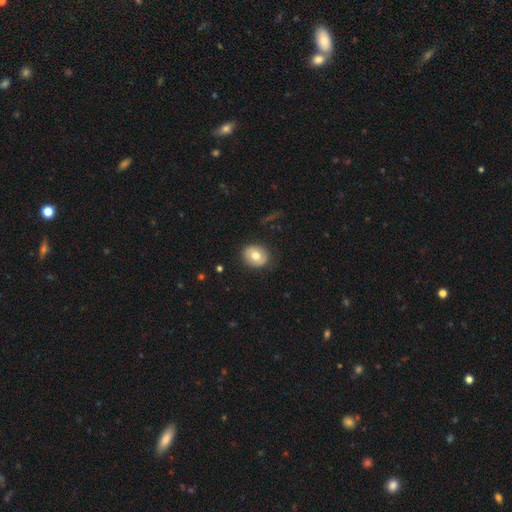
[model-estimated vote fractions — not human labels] Q: Smooth or featured?
A: smooth (70%); runner-up: featured or disk (22%)
Q: How rounded?
A: round (61%); runner-up: in between (38%)
Q: Merging?
A: none (85%); runner-up: minor disturbance (11%)